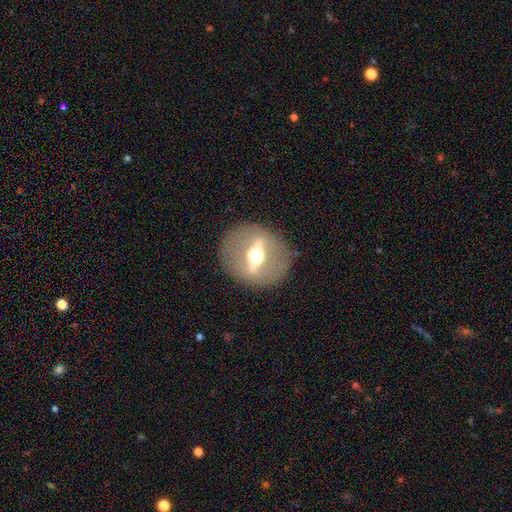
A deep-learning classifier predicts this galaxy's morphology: This appears to be a featured or disk galaxy (81%) viewed edge-on (54%). Merging: none (86%).